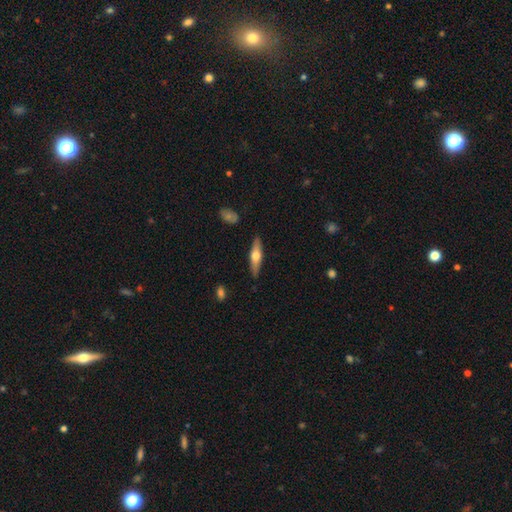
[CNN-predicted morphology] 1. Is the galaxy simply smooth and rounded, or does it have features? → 49% featured or disk, 45% smooth, 5% star or artifact.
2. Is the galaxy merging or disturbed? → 87% none, 9% minor disturbance, 2% major disturbance, 1% merger.